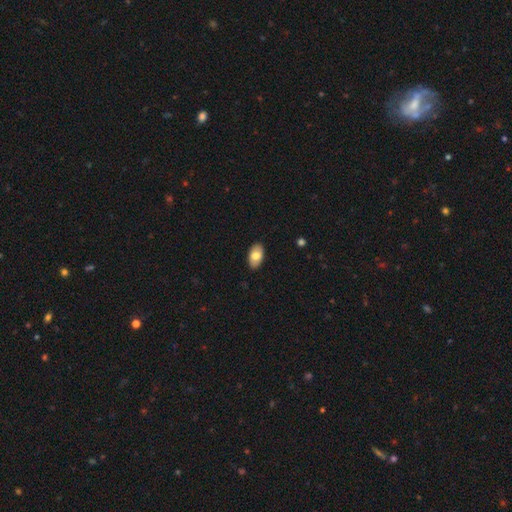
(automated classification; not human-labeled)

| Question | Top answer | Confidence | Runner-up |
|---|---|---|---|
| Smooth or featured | smooth | 77% | featured or disk (16%) |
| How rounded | in between | 94% | round (4%) |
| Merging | none | 88% | minor disturbance (10%) |